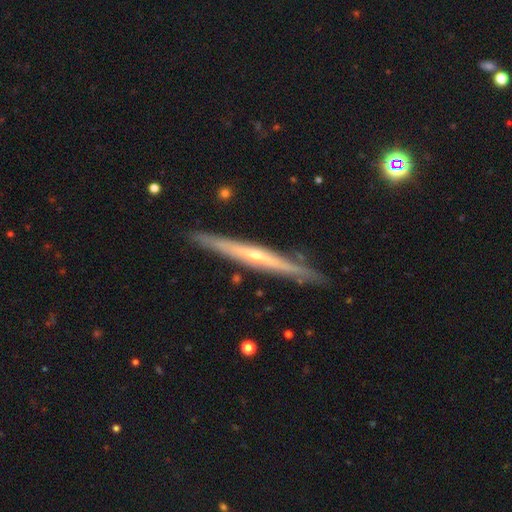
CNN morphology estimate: A featured or disk galaxy (76%) viewed edge-on (95%) with a rounded central bulge (54%). Merging: none (86%).